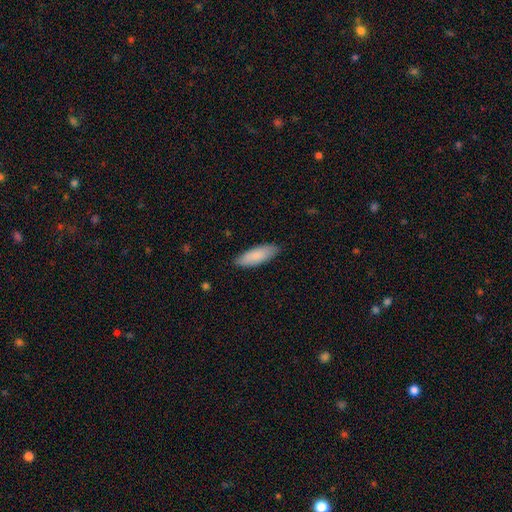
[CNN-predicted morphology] smooth_or_featured: smooth (p=0.86) [alt: featured or disk p=0.09]
how_rounded: in between (p=0.65) [alt: cigar-shaped p=0.34]
merging: none (p=0.86) [alt: minor disturbance p=0.11]